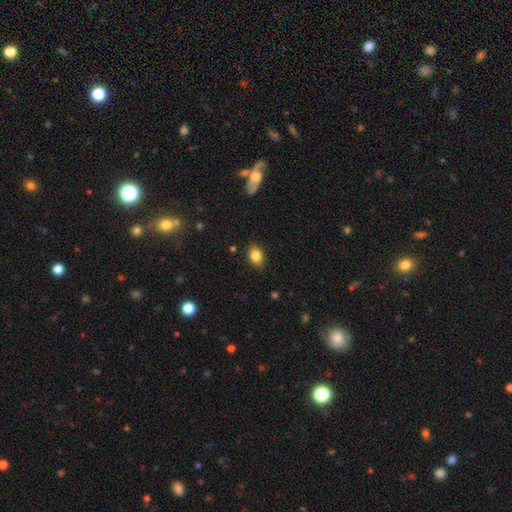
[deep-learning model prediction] The model was most divided on "how rounded": in between: 77%, round: 21%, cigar-shaped: 2%. More confident: merging — none (84%); smooth or featured — smooth (83%).